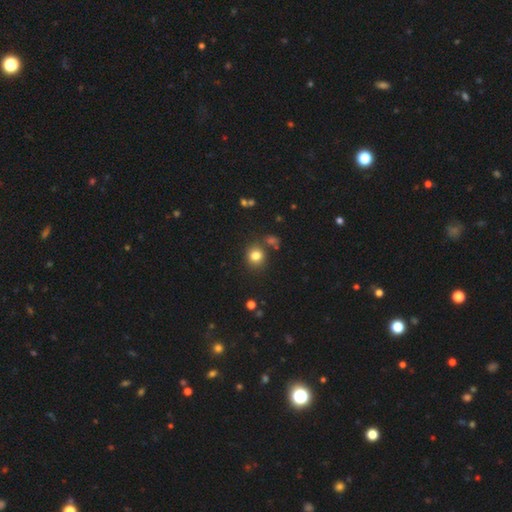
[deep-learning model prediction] This is clearly a smooth galaxy (80%). How rounded: clearly round (81%). Merging: likely none (78%).